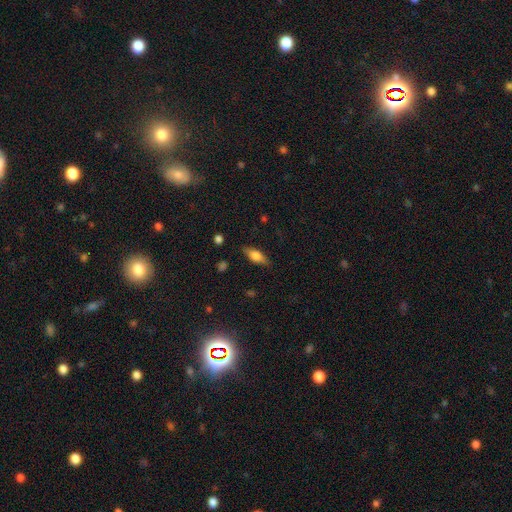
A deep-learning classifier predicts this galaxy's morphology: smooth-or-featured: smooth: 64% | featured or disk: 29% | star or artifact: 8%
  how-rounded: in between: 69% | cigar-shaped: 28% | round: 4%
  merging: none: 83% | minor disturbance: 13% | major disturbance: 3% | merger: 1%